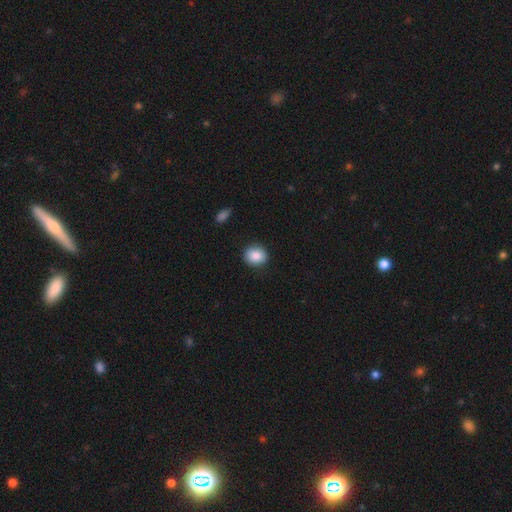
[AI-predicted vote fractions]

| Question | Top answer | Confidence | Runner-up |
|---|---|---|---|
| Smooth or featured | smooth | 86% | star or artifact (8%) |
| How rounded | round | 73% | in between (26%) |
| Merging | none | 89% | minor disturbance (8%) |